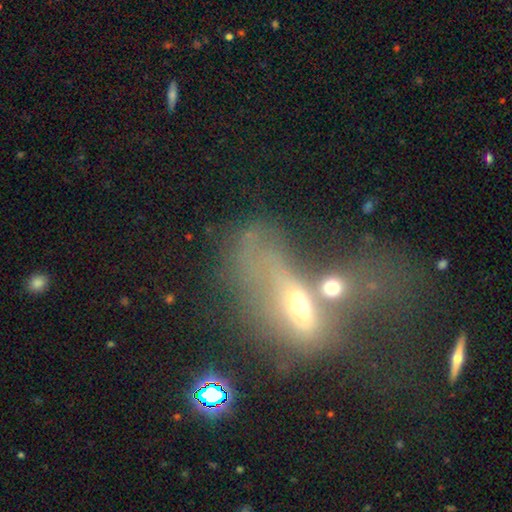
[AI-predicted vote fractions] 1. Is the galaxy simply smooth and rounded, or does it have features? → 42% featured or disk, 40% smooth, 18% star or artifact.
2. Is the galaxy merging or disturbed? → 43% merger, 34% major disturbance, 13% none, 9% minor disturbance.